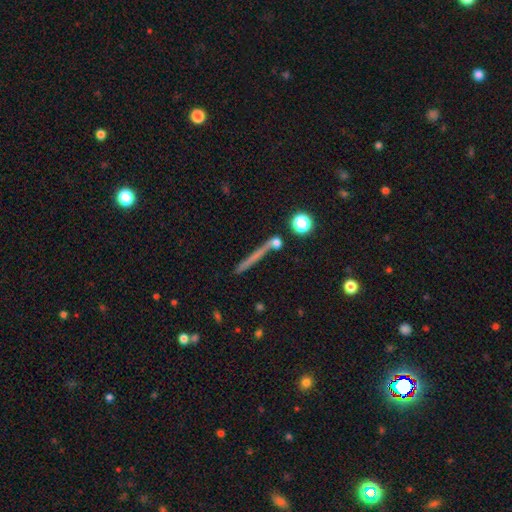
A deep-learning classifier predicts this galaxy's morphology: type=smooth (45%); merging=none (81%).